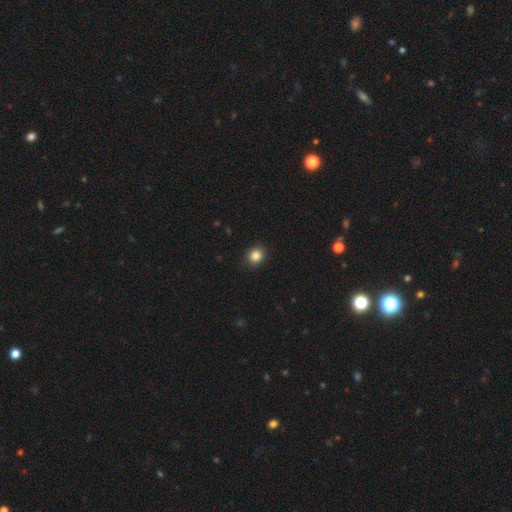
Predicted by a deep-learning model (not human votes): Smooth or featured: smooth — 85% (star or artifact — 11%)
How rounded: round — 77% (in between — 23%)
Merging: none — 90% (minor disturbance — 7%)